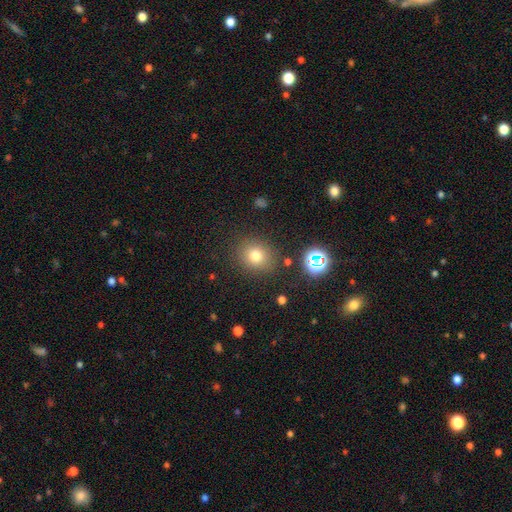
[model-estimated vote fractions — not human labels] A smooth galaxy with no disk features (74%) that is round (76%).

Vote fractions:
- Smooth or featured? smooth: 74% / star or artifact: 17% / featured or disk: 9%
- How rounded? round: 76% / in between: 23% / cigar-shaped: 1%
- Merging? none: 84% / minor disturbance: 9% / major disturbance: 4% / merger: 3%